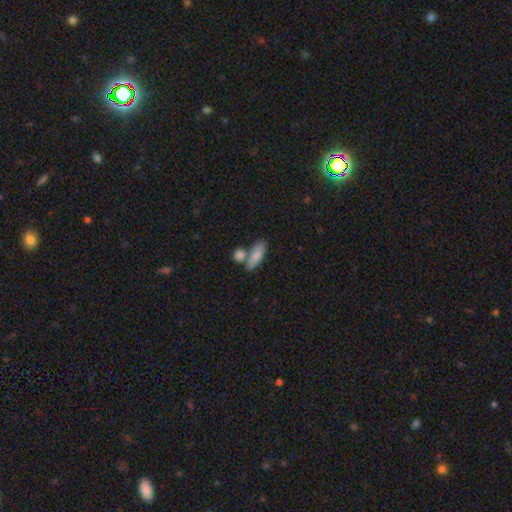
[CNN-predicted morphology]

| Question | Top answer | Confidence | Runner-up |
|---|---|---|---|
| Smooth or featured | smooth | 79% | featured or disk (14%) |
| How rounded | in between | 58% | cigar-shaped (37%) |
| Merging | none | 55% | merger (28%) |